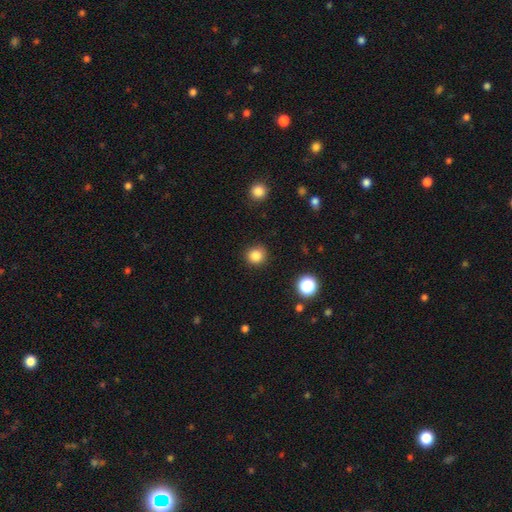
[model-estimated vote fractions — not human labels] This is clearly a smooth galaxy (84%). How rounded: clearly round (91%). Merging: clearly none (89%).